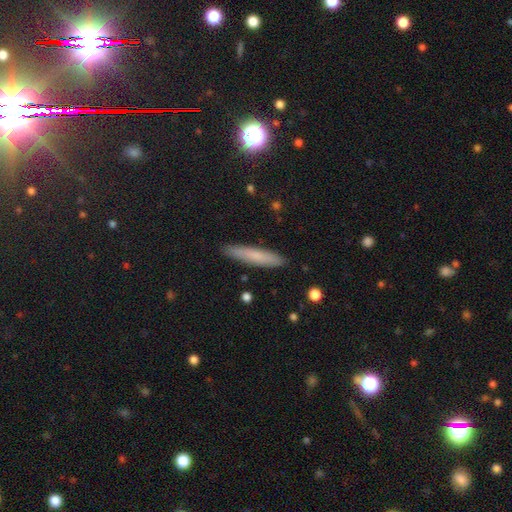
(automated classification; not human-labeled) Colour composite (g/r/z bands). It shows a smooth galaxy with no disk features (72%) that is cigar-shaped (91%). Merging: none (89%).